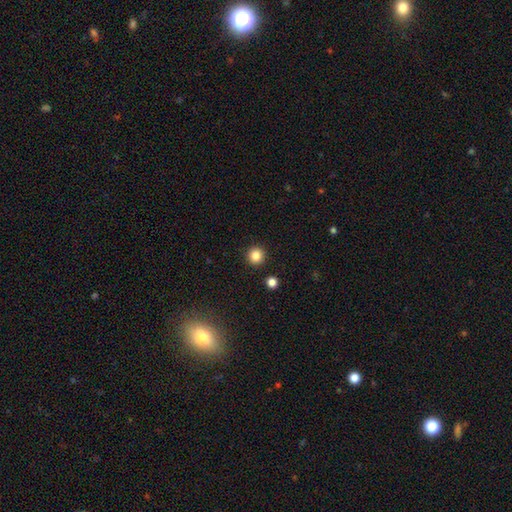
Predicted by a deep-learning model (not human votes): Morphology: type=smooth (85%); roundness=round (95%); merging=none (92%).